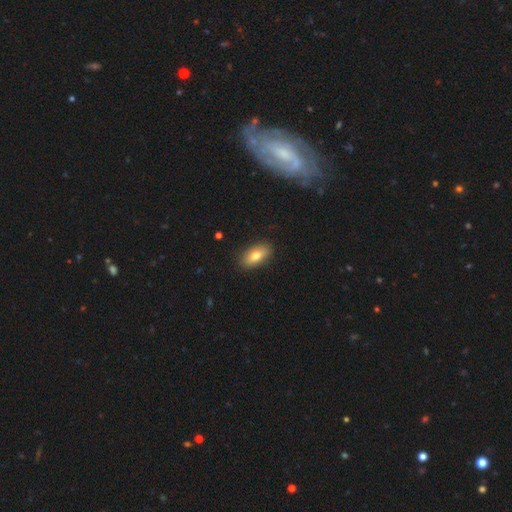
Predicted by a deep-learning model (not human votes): The model was most divided on "smooth or featured": smooth: 74%, featured or disk: 19%, star or artifact: 7%. More confident: merging — none (88%); how rounded — in between (85%).